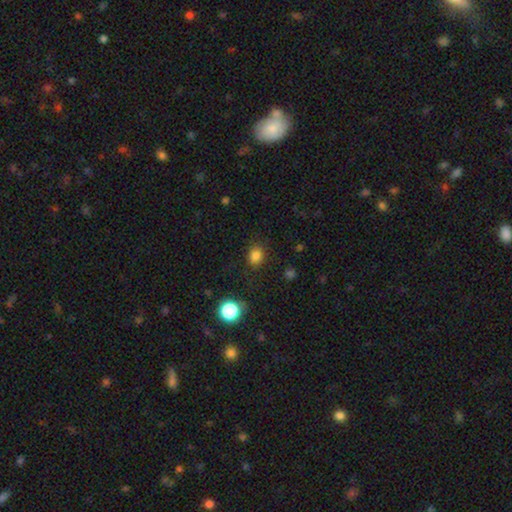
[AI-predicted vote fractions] A smooth galaxy with no disk features (81%) that is round (59%). Merging: none (83%).